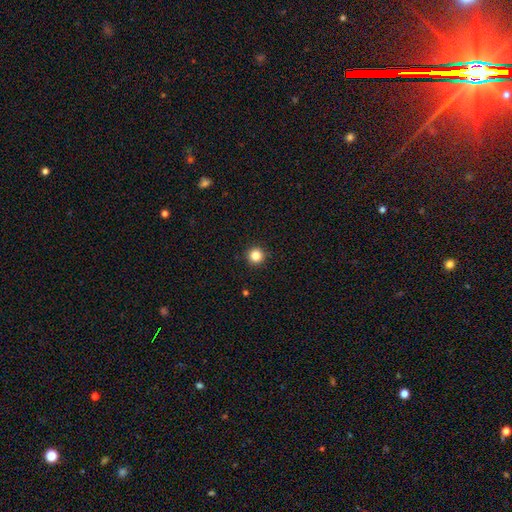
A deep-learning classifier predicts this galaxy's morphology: type=smooth (84%); roundness=round (96%); merging=none (93%).